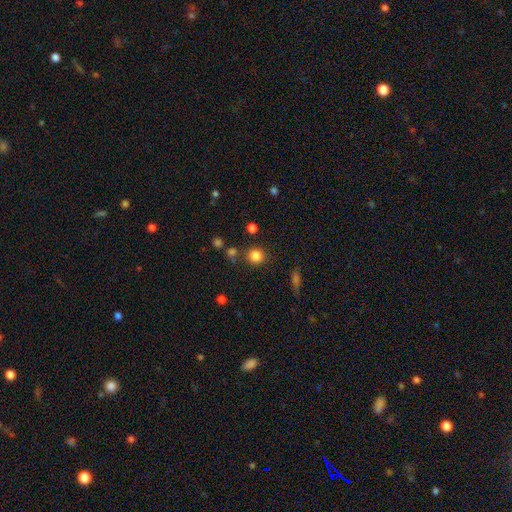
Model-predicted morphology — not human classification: Smooth or featured? Predicted: smooth (p=0.83). How rounded? Predicted: round (p=0.90). Merging? Predicted: none (p=0.83).